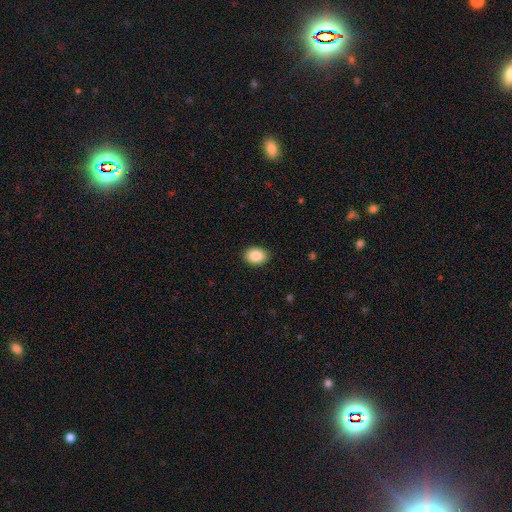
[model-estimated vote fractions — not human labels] Overall: smooth (86%). How rounded: in between (70%). Merging: none (90%).